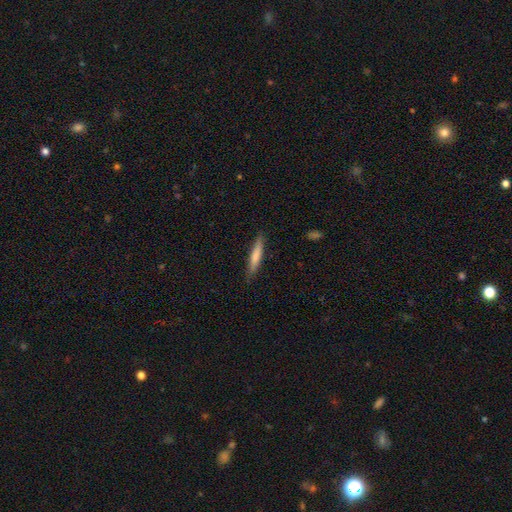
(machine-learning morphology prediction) Smooth or featured?
  - smooth: 73% *
  - featured or disk: 22%
  - star or artifact: 5%
How rounded?
  - cigar-shaped: 92% *
  - in between: 7%
  - round: 1%
Merging?
  - none: 86% *
  - minor disturbance: 10%
  - major disturbance: 2%
  - merger: 1%